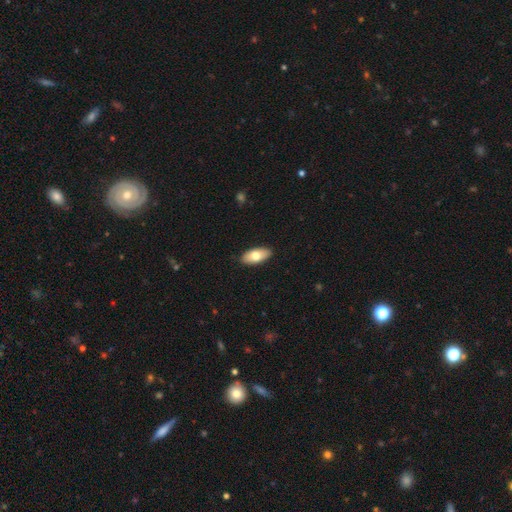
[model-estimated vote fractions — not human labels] This appears to be a smooth galaxy with no disk features (74%) that is in between round and cigar-shaped (90%). Merging: none (89%).